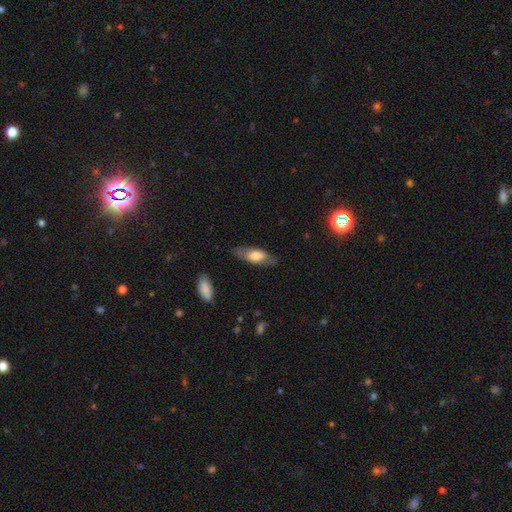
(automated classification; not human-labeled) Morphology: type=smooth (63%); roundness=in between (70%); merging=none (76%).